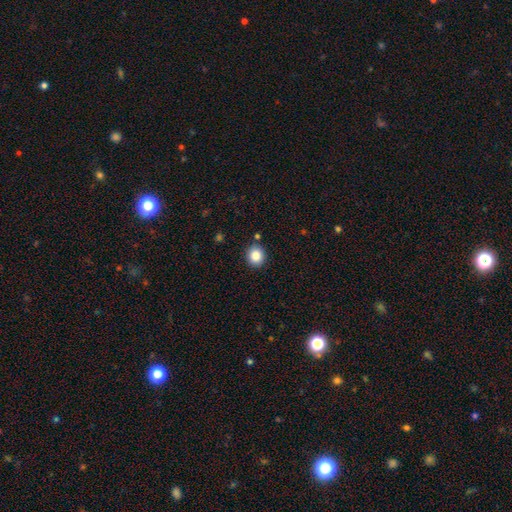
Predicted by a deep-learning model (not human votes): smooth-or-featured: smooth: 86% | star or artifact: 9% | featured or disk: 4%
  how-rounded: round: 79% | in between: 20% | cigar-shaped: 1%
  merging: none: 87% | minor disturbance: 8% | merger: 3% | major disturbance: 2%